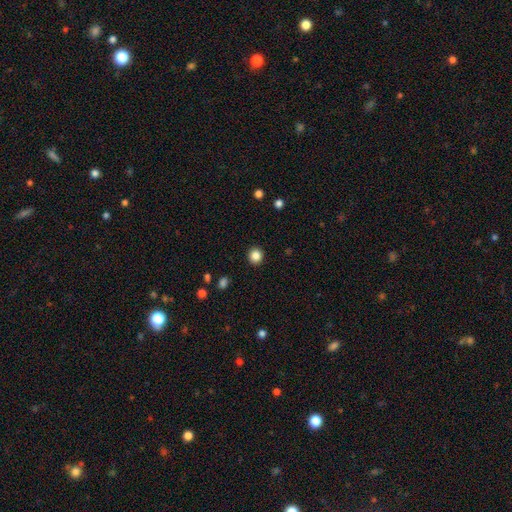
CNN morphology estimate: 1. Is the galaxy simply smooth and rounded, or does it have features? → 85% smooth, 11% star or artifact, 4% featured or disk.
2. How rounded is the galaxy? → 91% round, 8% in between, 1% cigar-shaped.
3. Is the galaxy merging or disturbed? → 92% none, 5% minor disturbance, 2% major disturbance, 1% merger.